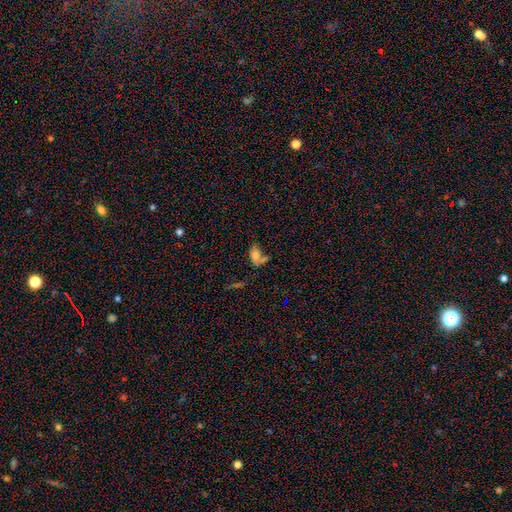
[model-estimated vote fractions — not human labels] Overall: smooth (69%). How rounded: in between (85%). Merging: none (34%; merger 29%).